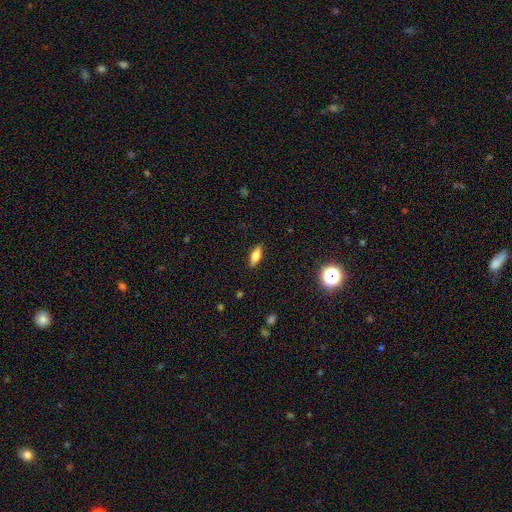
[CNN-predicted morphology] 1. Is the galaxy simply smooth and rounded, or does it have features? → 60% smooth, 32% featured or disk, 9% star or artifact.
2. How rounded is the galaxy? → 65% in between, 31% cigar-shaped, 4% round.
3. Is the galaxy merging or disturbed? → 88% none, 9% minor disturbance, 2% major disturbance, 1% merger.